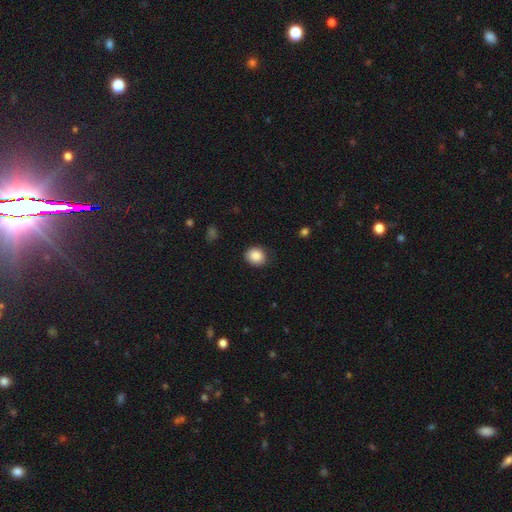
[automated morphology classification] Smooth or featured?
  - smooth: 87% *
  - star or artifact: 9%
  - featured or disk: 4%
How rounded?
  - round: 73% *
  - in between: 26%
  - cigar-shaped: 1%
Merging?
  - none: 83% *
  - minor disturbance: 12%
  - major disturbance: 3%
  - merger: 1%